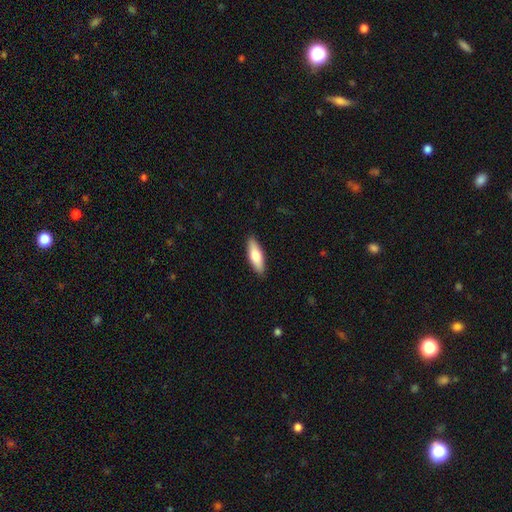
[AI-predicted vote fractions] smooth-or-featured: smooth: 72% | featured or disk: 23% | star or artifact: 5%
  how-rounded: in between: 50% | cigar-shaped: 48% | round: 2%
  merging: none: 89% | minor disturbance: 8% | major disturbance: 2% | merger: 1%